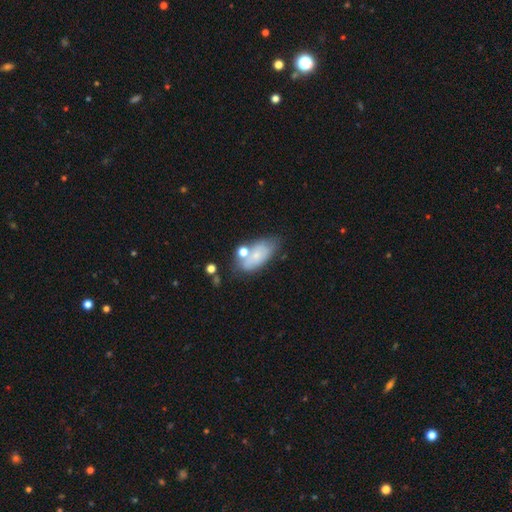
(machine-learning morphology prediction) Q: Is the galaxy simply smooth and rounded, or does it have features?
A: smooth — 62%.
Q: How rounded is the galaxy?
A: in between — 89%.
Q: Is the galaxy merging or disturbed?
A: none — 52%.